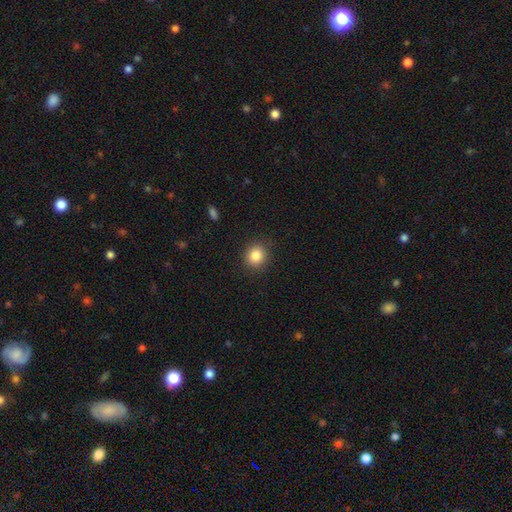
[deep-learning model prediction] The model was most divided on "how rounded": round: 85%, in between: 15%, cigar-shaped: 1%. More confident: merging — none (90%); smooth or featured — smooth (85%).